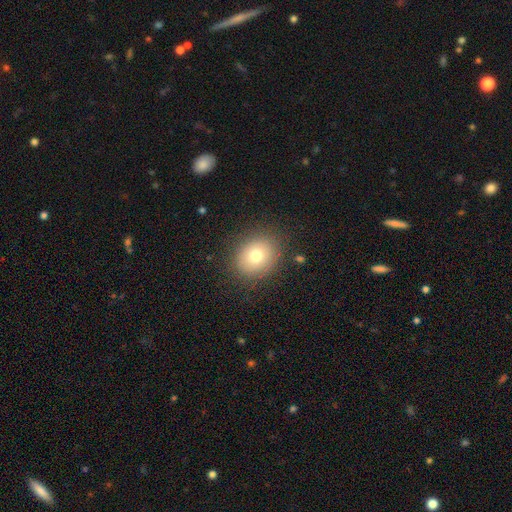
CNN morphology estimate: This is likely a smooth galaxy (74%). How rounded: likely round (62%). Merging: clearly none (86%).